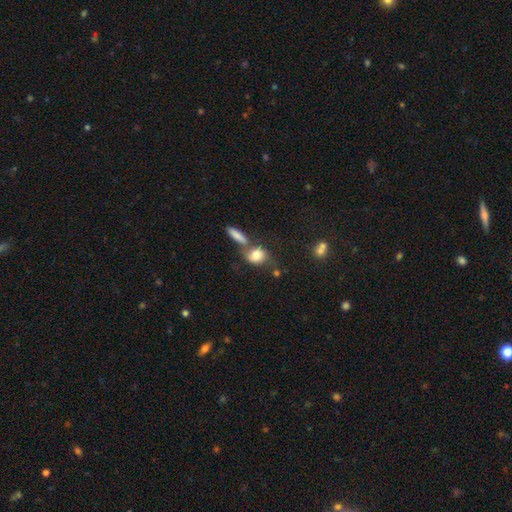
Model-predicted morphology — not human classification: Smooth or featured?
  - smooth: 73% *
  - featured or disk: 18%
  - star or artifact: 9%
How rounded?
  - in between: 53% *
  - round: 42%
  - cigar-shaped: 5%
Merging?
  - none: 38% * (tied)
  - merger: 38% * (tied)
  - minor disturbance: 15%
  - major disturbance: 9%